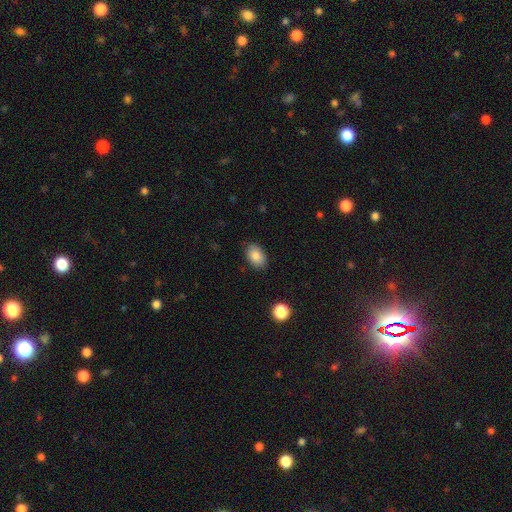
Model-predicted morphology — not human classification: A smooth galaxy with no disk features (85%) that is in between round and cigar-shaped (88%). Merging: none (86%).